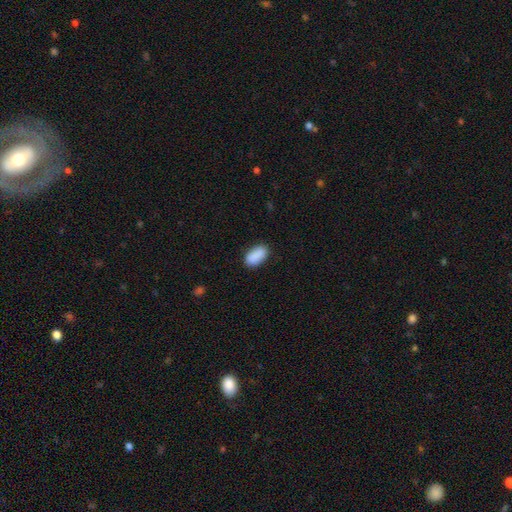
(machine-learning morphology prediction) type=smooth (89%); roundness=in between (93%); merging=none (85%).